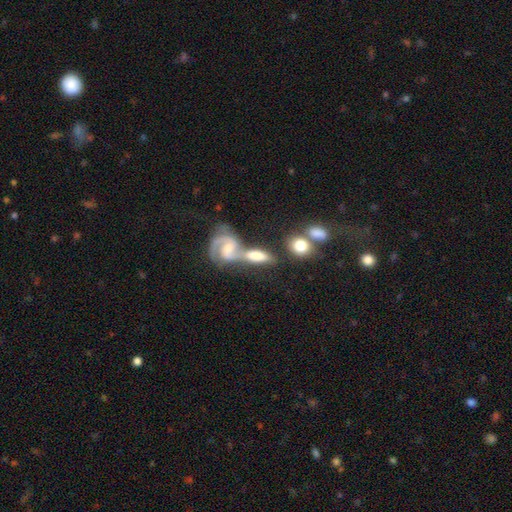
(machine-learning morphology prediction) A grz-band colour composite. It shows a featured or disk galaxy (64%) with no bar (43%), 2 (81%) medium (48%) spiral arms (91%) and a moderate central bulge (44%). Merging: merger (49%).